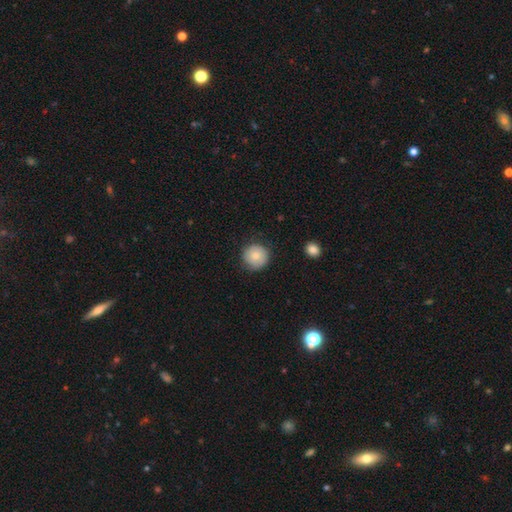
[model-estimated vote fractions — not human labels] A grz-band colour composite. It shows a smooth galaxy with no disk features (80%) that is round (95%). Merging: none (83%).